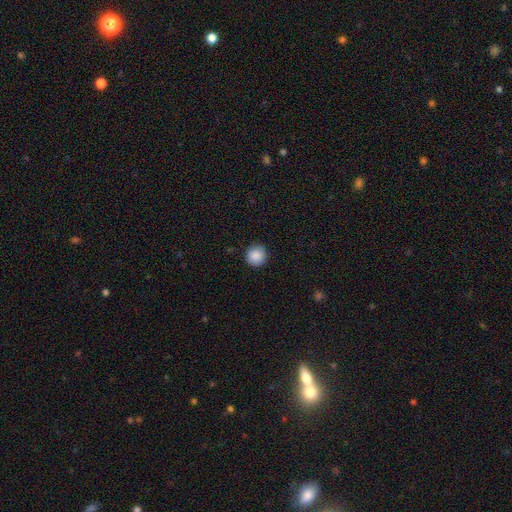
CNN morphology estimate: smooth-or-featured: smooth: 89% | star or artifact: 8% | featured or disk: 4%
  how-rounded: round: 94% | in between: 5% | cigar-shaped: 1%
  merging: none: 89% | minor disturbance: 8% | major disturbance: 2% | merger: 1%